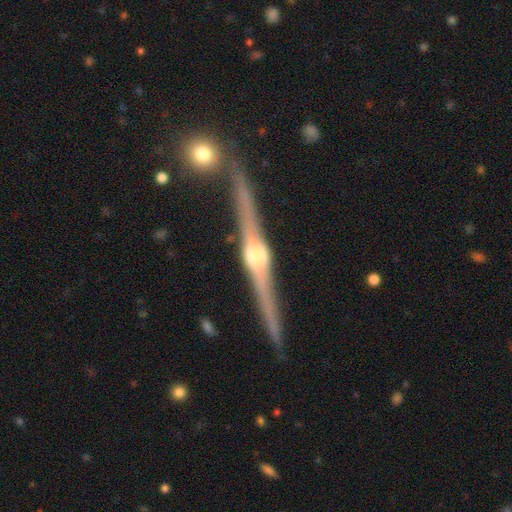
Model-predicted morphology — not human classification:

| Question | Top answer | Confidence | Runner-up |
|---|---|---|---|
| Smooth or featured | featured or disk | 87% | smooth (8%) |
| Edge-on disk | yes | 97% | no (3%) |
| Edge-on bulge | rounded | 88% | boxy (9%) |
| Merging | none | 82% | minor disturbance (11%) |